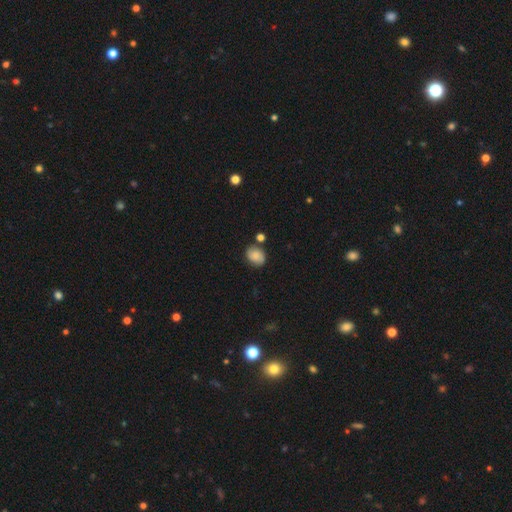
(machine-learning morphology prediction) A smooth galaxy with no disk features (78%) that is in between round and cigar-shaped (52%). Merging: none (74%).